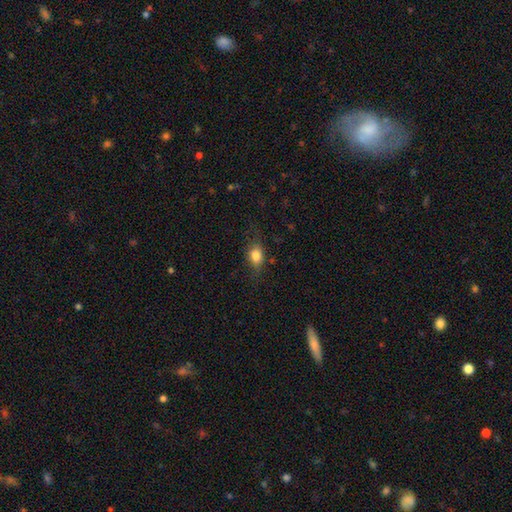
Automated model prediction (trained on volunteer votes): Smooth or featured? smooth (80%)
How rounded? in between (66%)
Merging? none (67%)